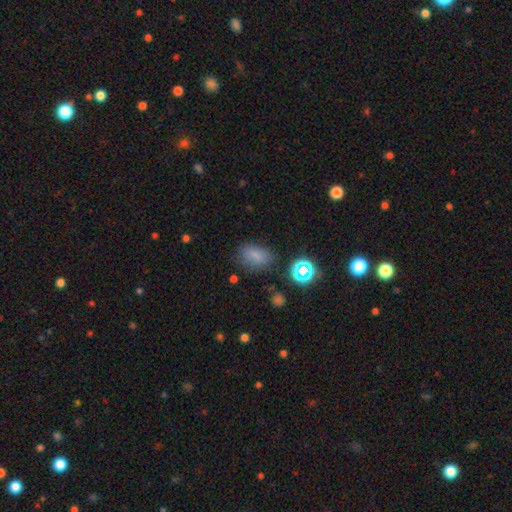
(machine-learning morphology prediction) type=smooth (72%); roundness=in between (77%); merging=none (68%).